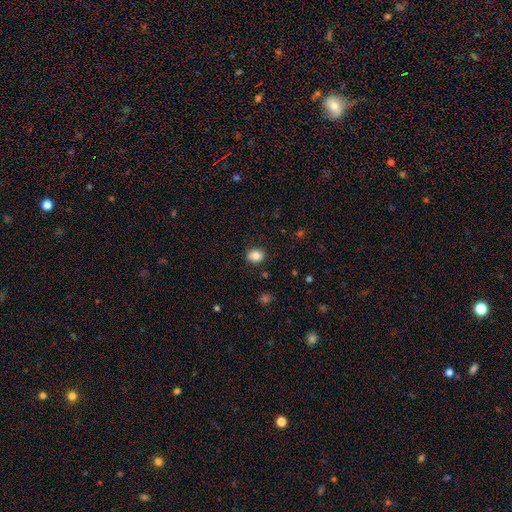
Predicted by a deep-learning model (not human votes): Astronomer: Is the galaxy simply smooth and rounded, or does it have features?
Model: smooth — 82%.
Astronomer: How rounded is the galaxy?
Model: round — 58% (runner-up: in between, 41%).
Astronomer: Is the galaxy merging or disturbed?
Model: none — 84%.